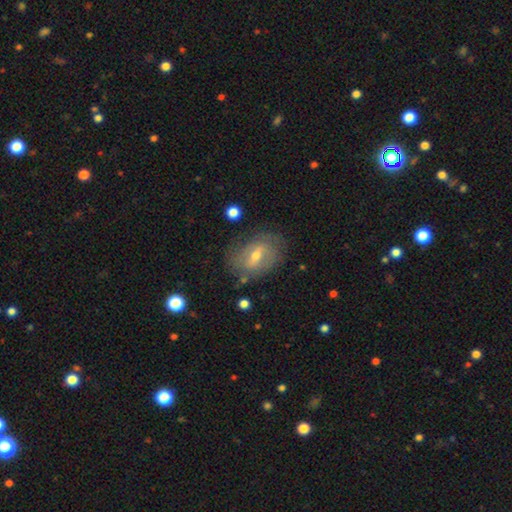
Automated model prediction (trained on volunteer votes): Morphology: type=featured or disk (60%); edge-on=no (90%); bar=weak (49%); spiral arms=yes (53%); bulge=moderate (52%); merging=none (72%).